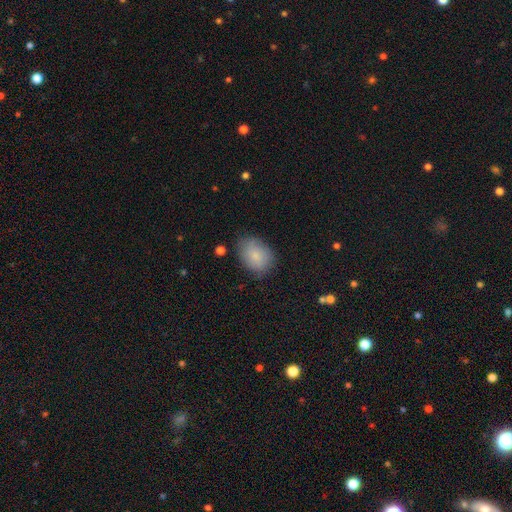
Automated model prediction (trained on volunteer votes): The model was most divided on "how rounded": in between: 76%, round: 23%, cigar-shaped: 1%. More confident: smooth or featured — smooth (84%); merging — none (78%).